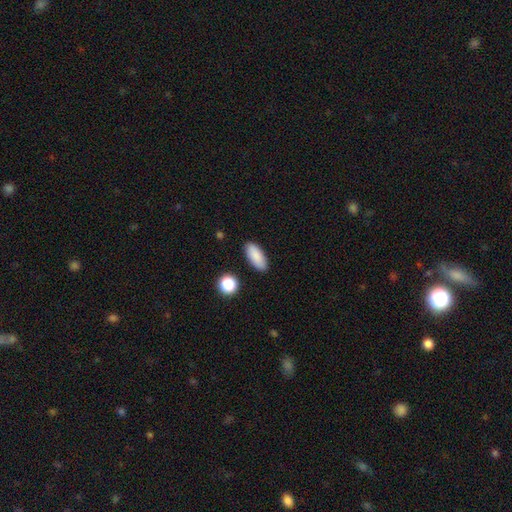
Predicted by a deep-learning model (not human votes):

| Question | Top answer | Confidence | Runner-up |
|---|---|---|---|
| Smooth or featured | smooth | 88% | star or artifact (7%) |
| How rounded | in between | 80% | cigar-shaped (17%) |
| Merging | none | 88% | minor disturbance (8%) |